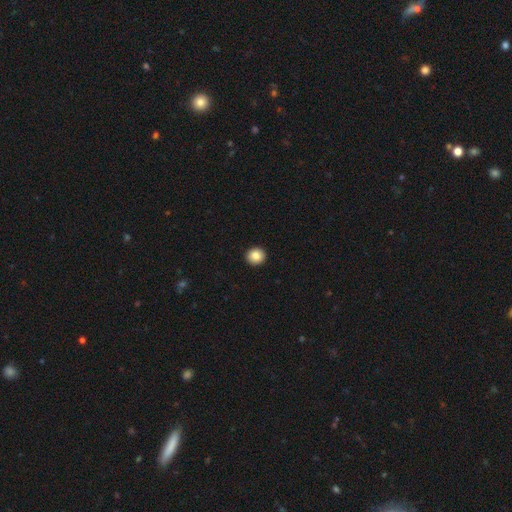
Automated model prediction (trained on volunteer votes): Smooth or featured: smooth — 86% (star or artifact — 9%)
How rounded: round — 89% (in between — 10%)
Merging: none — 93% (minor disturbance — 4%)